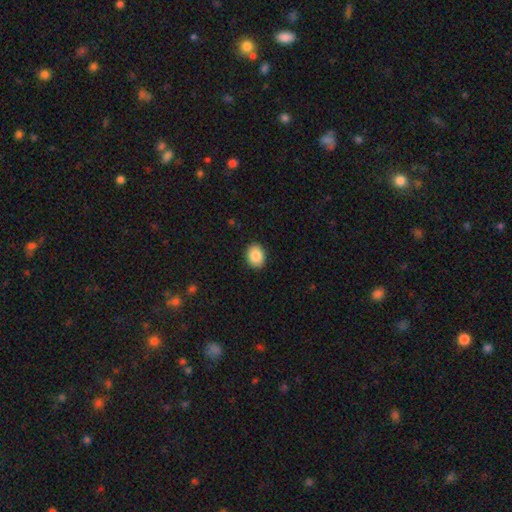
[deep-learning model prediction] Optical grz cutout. It shows a smooth galaxy with no disk features (87%) that is in between round and cigar-shaped (51%). Merging: none (91%).